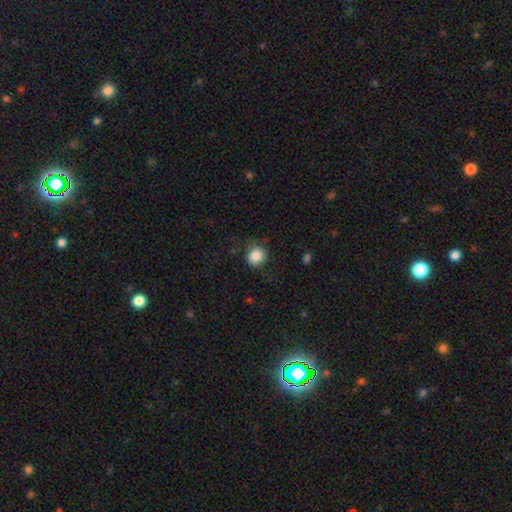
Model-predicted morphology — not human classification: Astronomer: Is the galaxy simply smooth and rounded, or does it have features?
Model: smooth — 86%.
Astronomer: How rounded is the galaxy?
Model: round — 88%.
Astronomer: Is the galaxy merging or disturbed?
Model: none — 77%.